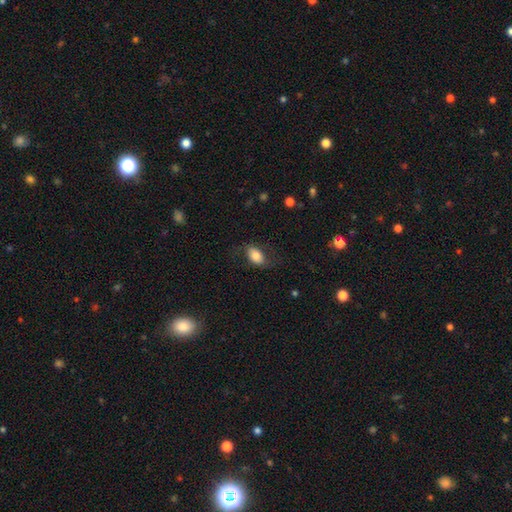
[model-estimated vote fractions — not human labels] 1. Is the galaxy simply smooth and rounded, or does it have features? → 71% smooth, 21% featured or disk, 7% star or artifact.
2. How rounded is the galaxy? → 88% in between, 10% round, 2% cigar-shaped.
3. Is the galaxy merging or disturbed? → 67% none, 19% minor disturbance, 13% major disturbance, 1% merger.